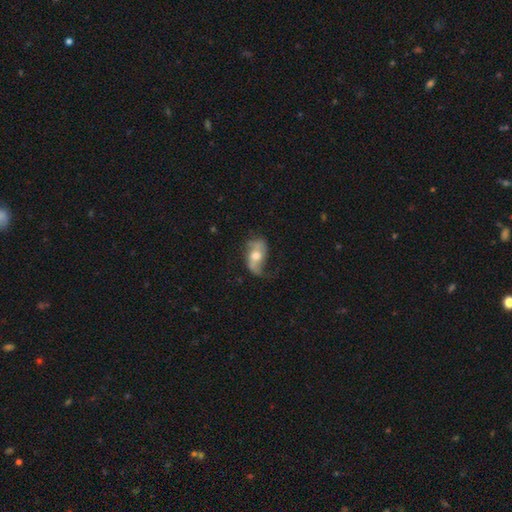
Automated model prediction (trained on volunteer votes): smooth_or_featured: featured or disk (p=0.64) [alt: smooth p=0.29]
disk_edge_on: no (p=0.93) [alt: yes p=0.07]
bar: no (p=0.59) [alt: weak p=0.31]
has_spiral_arms: yes (p=0.82) [alt: no p=0.18]
bulge_size: moderate (p=0.64) [alt: large p=0.17]
merging: none (p=0.47) [alt: minor disturbance p=0.28]